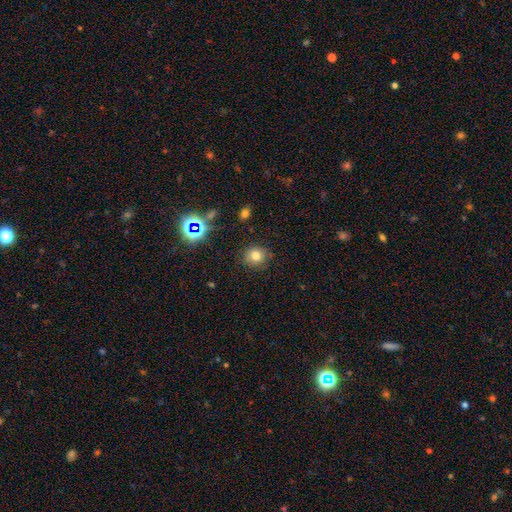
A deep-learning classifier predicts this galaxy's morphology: Smooth or featured: smooth — 74% (star or artifact — 17%)
How rounded: round — 79% (in between — 20%)
Merging: none — 84% (minor disturbance — 11%)